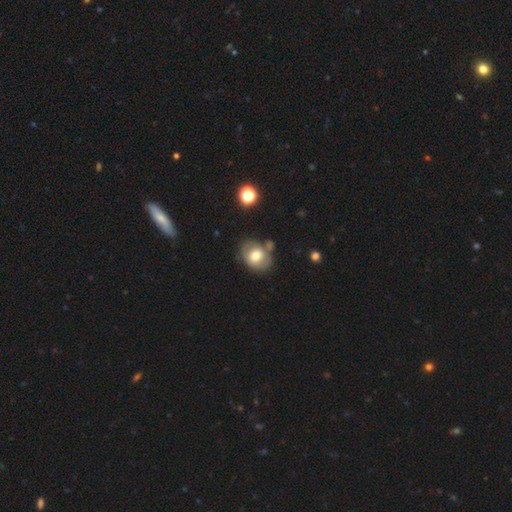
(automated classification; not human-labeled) Morphology: type=smooth (67%); roundness=in between (53%); merging=none (61%).